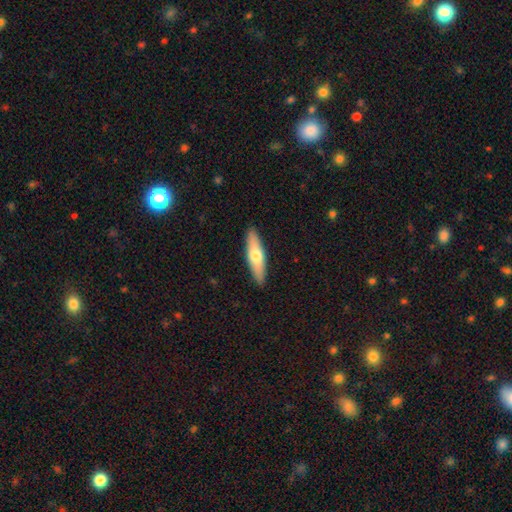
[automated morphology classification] smooth 58%, featured or disk 36%, star or artifact 5%. Down the decision tree: how rounded — cigar-shaped (66%); merging — none (91%).